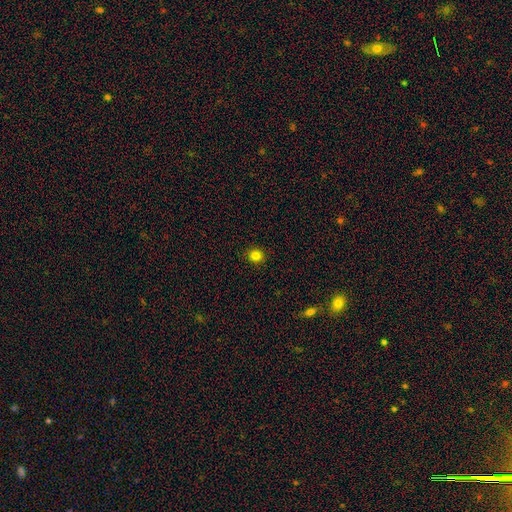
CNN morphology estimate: The model was most divided on "smooth or featured": smooth: 82%, star or artifact: 13%, featured or disk: 5%. More confident: merging — none (92%); how rounded — round (90%).